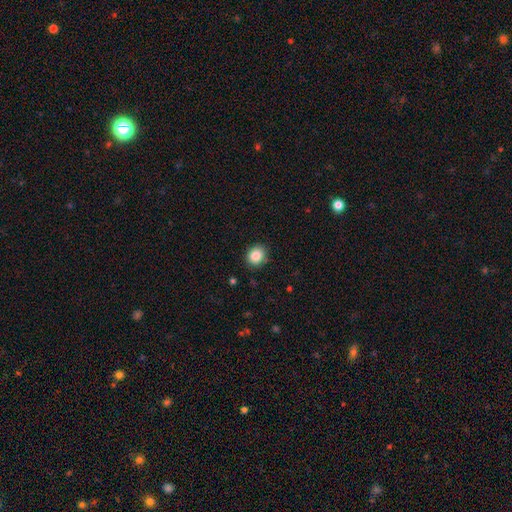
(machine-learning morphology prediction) A smooth galaxy with no disk features (86%) that is round (70%). Merging: none (87%).